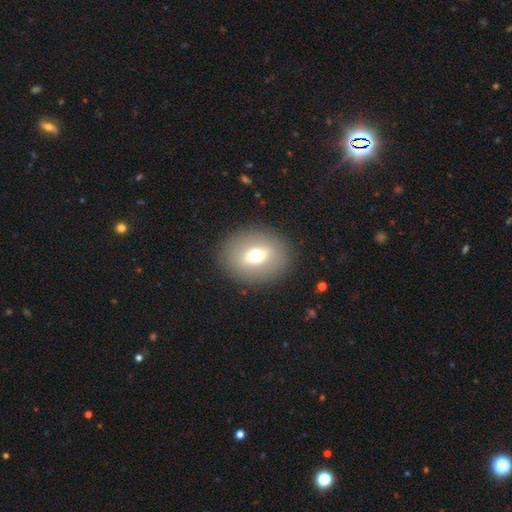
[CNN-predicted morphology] The model was most divided on "how rounded": round: 50%, in between: 49%, cigar-shaped: 1%. More confident: merging — none (88%); smooth or featured — smooth (63%).